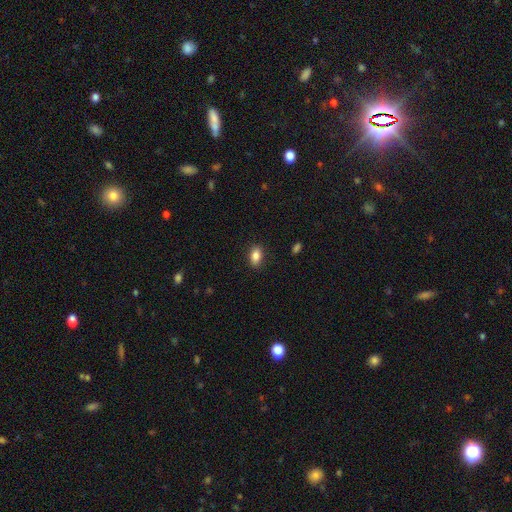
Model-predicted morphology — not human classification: type=smooth (85%); roundness=in between (88%); merging=none (87%).